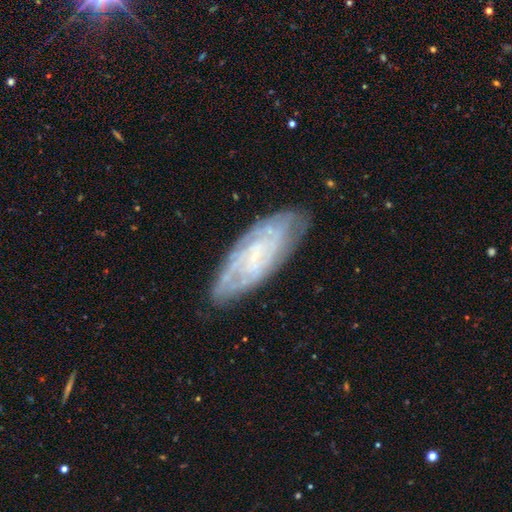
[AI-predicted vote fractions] Smooth or featured? featured or disk (72%)
Edge-on disk? no (86%)
Bar? no (58%)
Spiral arms? yes (83%)
Spiral winding? tight (67%)
Spiral arm count? can't tell (61%)
Bulge size? small (71%)
Merging? none (75%)